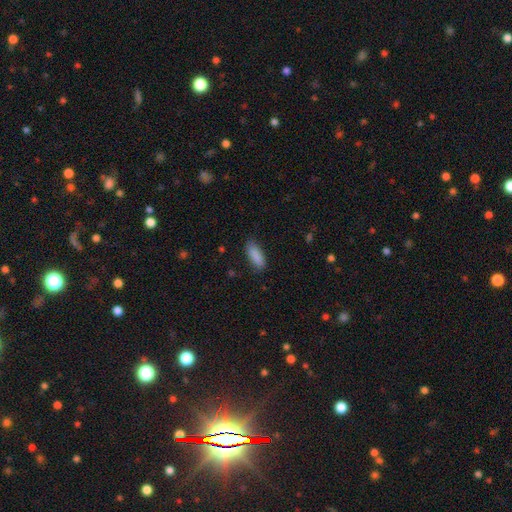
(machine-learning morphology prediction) Smooth or featured?
  - smooth: 89% *
  - star or artifact: 7%
  - featured or disk: 4%
How rounded?
  - in between: 69% *
  - cigar-shaped: 29%
  - round: 2%
Merging?
  - none: 84% *
  - minor disturbance: 13%
  - major disturbance: 3%
  - merger: 1%